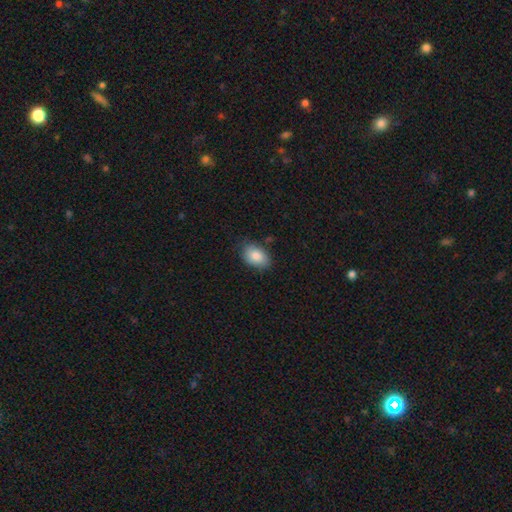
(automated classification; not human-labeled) A smooth galaxy with no disk features (85%) that is in between round and cigar-shaped (87%).

Vote fractions:
- Smooth or featured? smooth: 85% / featured or disk: 8% / star or artifact: 7%
- How rounded? in between: 87% / round: 11% / cigar-shaped: 1%
- Merging? none: 76% / minor disturbance: 19% / major disturbance: 3% / merger: 2%